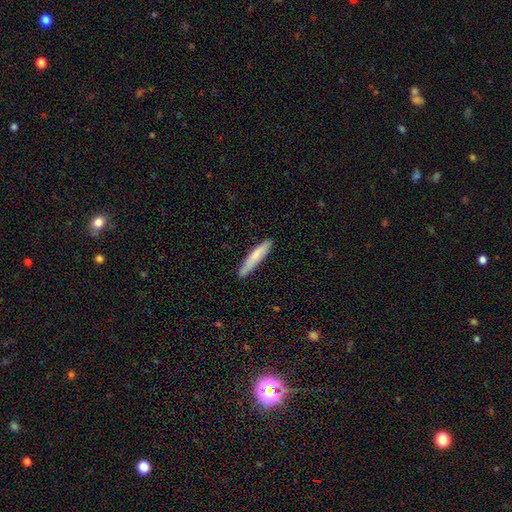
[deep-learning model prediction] Smooth or featured? Predicted: smooth (p=0.74). How rounded? Predicted: cigar-shaped (p=0.91). Merging? Predicted: none (p=0.82).